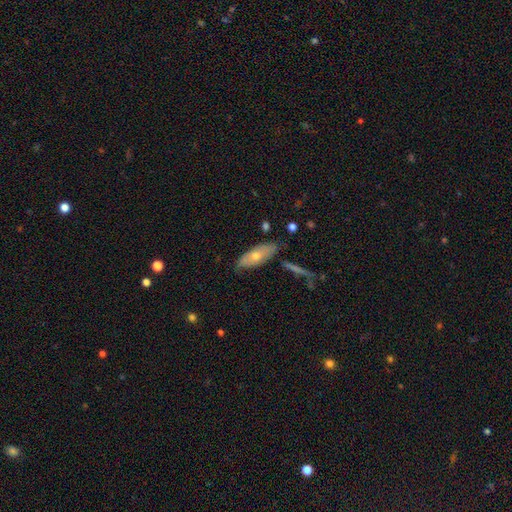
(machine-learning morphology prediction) Smooth or featured? smooth (50%)
How rounded? in between (70%)
Merging? none (78%)